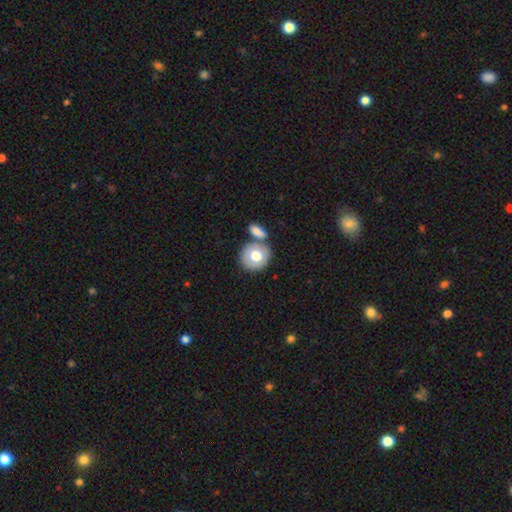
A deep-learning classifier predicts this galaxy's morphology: Smooth or featured? Predicted: smooth (p=0.72). How rounded? Predicted: round (p=0.79). Merging? Predicted: none (p=0.60).